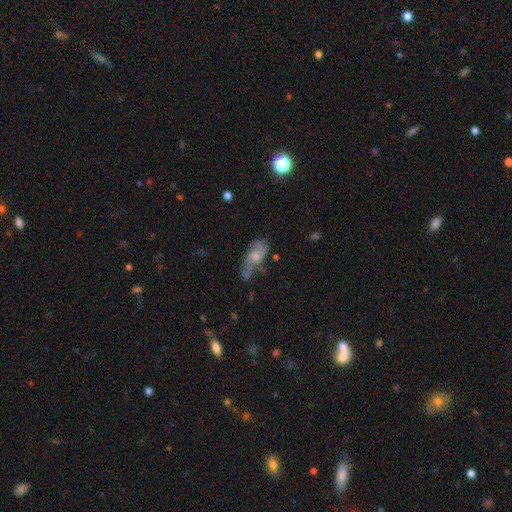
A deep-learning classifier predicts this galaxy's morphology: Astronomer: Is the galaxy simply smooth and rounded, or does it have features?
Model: featured or disk — 48% (runner-up: smooth, 43%).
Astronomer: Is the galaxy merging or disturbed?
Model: none — 37% (runner-up: minor disturbance, 29%).